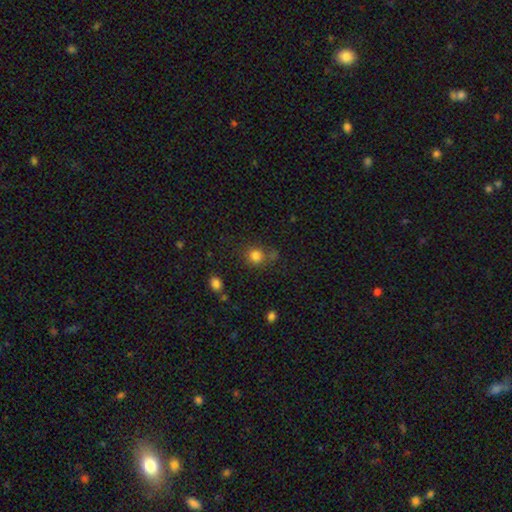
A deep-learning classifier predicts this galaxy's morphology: A smooth galaxy with no disk features (81%) that is round (84%). Merging: none (66%).